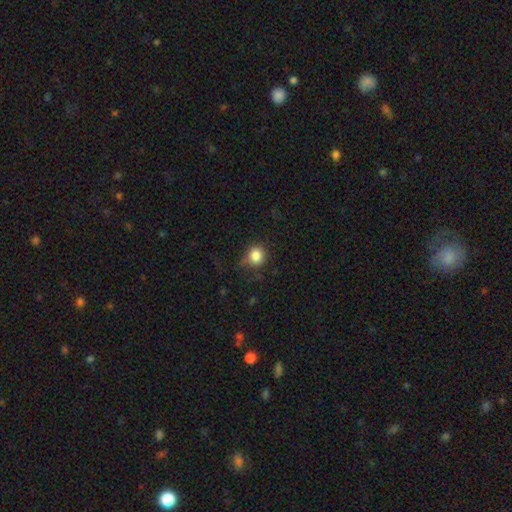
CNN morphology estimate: Q: Smooth or featured?
A: smooth (84%); runner-up: star or artifact (11%)
Q: How rounded?
A: round (80%); runner-up: in between (19%)
Q: Merging?
A: none (71%); runner-up: minor disturbance (20%)